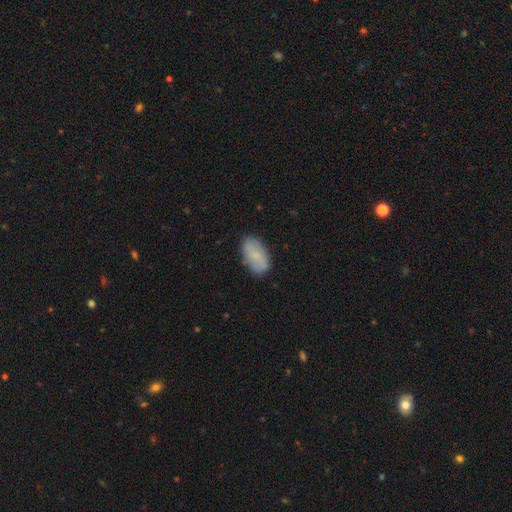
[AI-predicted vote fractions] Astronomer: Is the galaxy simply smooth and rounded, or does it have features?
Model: smooth — 73%.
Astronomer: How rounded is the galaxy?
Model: in between — 94%.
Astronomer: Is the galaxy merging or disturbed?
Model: none — 81%.